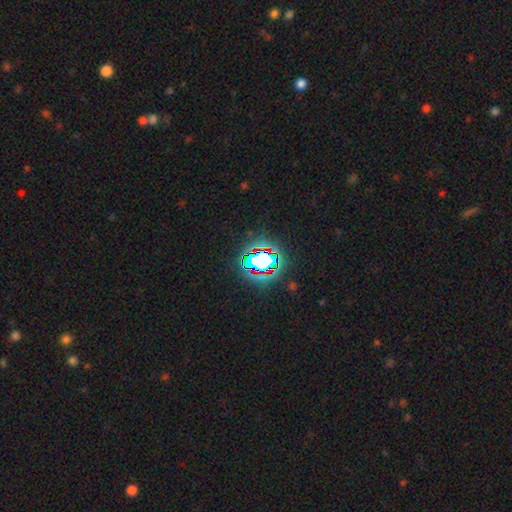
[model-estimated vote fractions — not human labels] Morphology: type=star or artifact (79%).